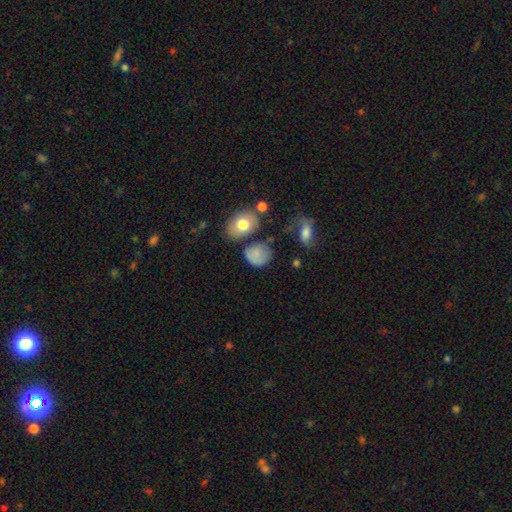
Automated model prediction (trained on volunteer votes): This is likely a smooth galaxy (79%). How rounded: possibly round (55%). Merging: possibly none (56%).